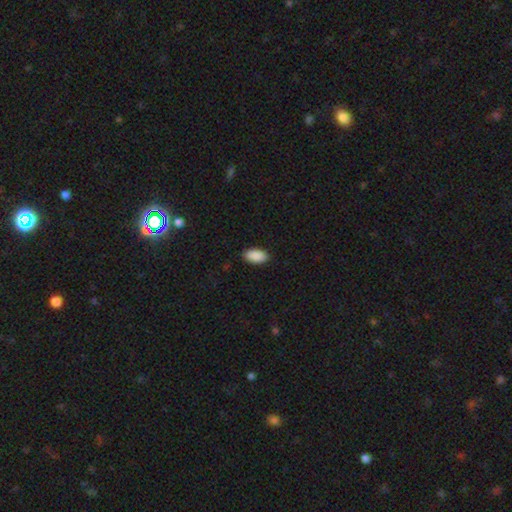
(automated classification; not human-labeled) smooth-or-featured: smooth: 91% | star or artifact: 6% | featured or disk: 3%
  how-rounded: in between: 95% | cigar-shaped: 2% | round: 2%
  merging: none: 89% | minor disturbance: 8% | major disturbance: 2% | merger: 1%